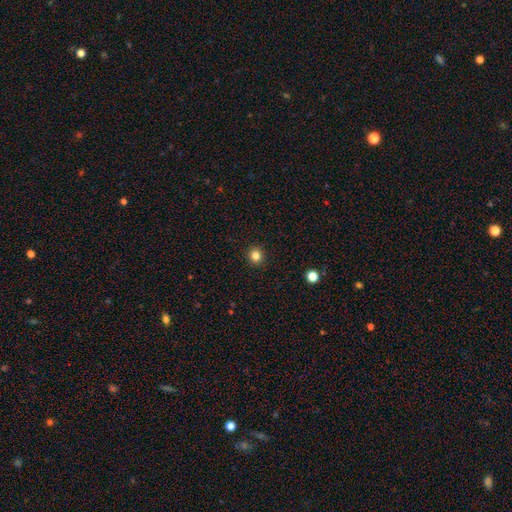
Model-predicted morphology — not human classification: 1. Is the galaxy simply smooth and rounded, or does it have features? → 83% smooth, 13% star or artifact, 5% featured or disk.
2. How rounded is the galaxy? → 89% round, 10% in between, 1% cigar-shaped.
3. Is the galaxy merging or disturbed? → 92% none, 5% minor disturbance, 2% major disturbance, 1% merger.